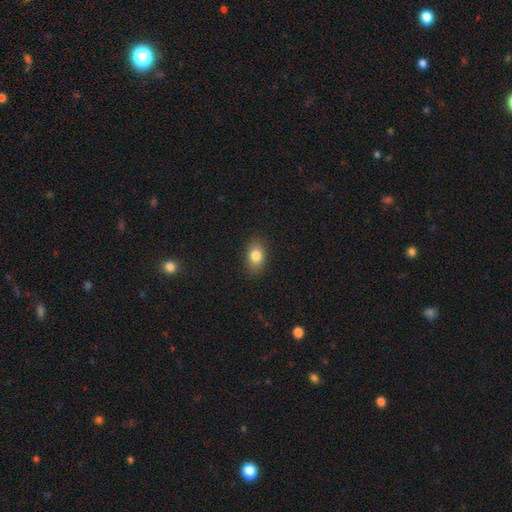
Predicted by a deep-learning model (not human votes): Smooth or featured? Predicted: smooth (p=0.82). How rounded? Predicted: in between (p=0.80). Merging? Predicted: none (p=0.87).